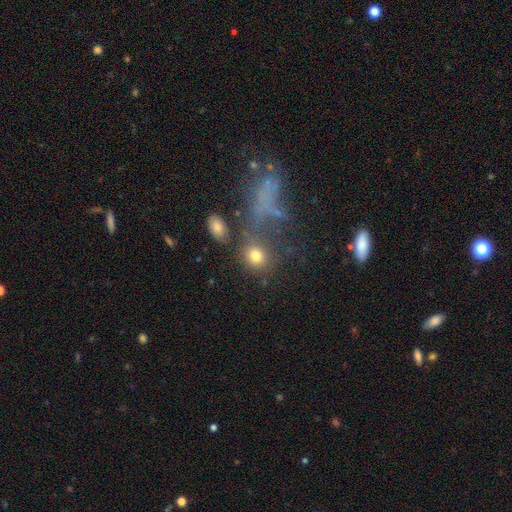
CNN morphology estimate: smooth-or-featured: smooth: 77% | star or artifact: 13% | featured or disk: 11%
  how-rounded: round: 74% | in between: 23% | cigar-shaped: 2%
  merging: none: 53% | merger: 22% | minor disturbance: 13% | major disturbance: 12%